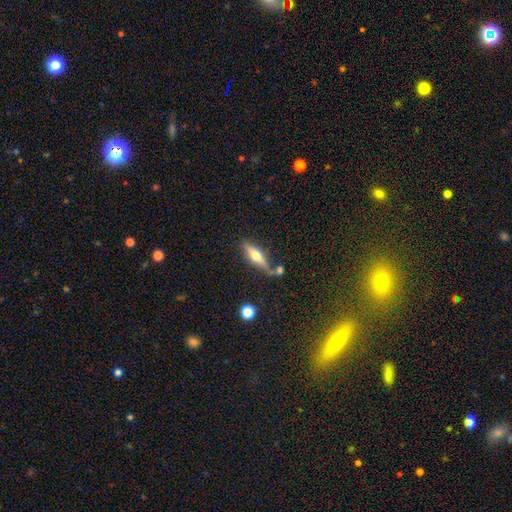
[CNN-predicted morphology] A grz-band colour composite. It shows a featured or disk galaxy (48%). Merging: none (56%).